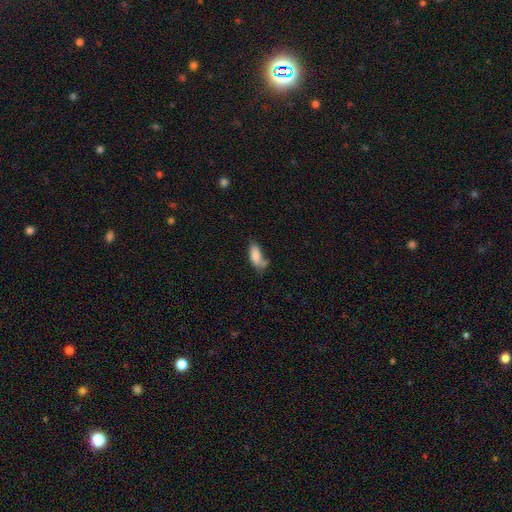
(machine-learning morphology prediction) Q: Smooth or featured?
A: smooth (77%); runner-up: featured or disk (15%)
Q: How rounded?
A: in between (83%); runner-up: cigar-shaped (15%)
Q: Merging?
A: none (36%); runner-up: minor disturbance (30%)